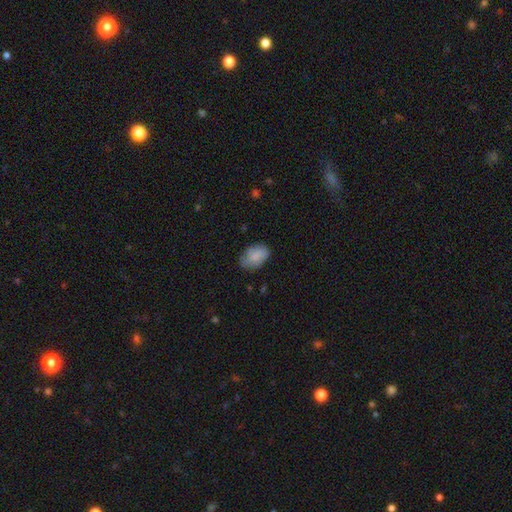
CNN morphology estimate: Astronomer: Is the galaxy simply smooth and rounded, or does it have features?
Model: smooth — 83%.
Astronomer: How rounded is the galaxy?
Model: in between — 89%.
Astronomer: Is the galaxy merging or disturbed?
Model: none — 68%.